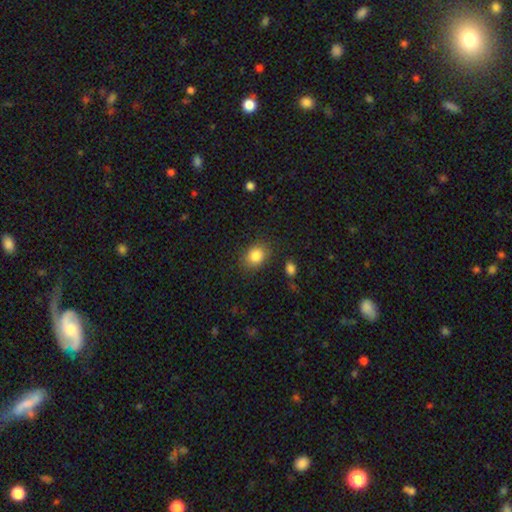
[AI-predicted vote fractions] This appears to be a smooth galaxy with no disk features (85%) that is in between round and cigar-shaped (61%). Merging: none (82%).